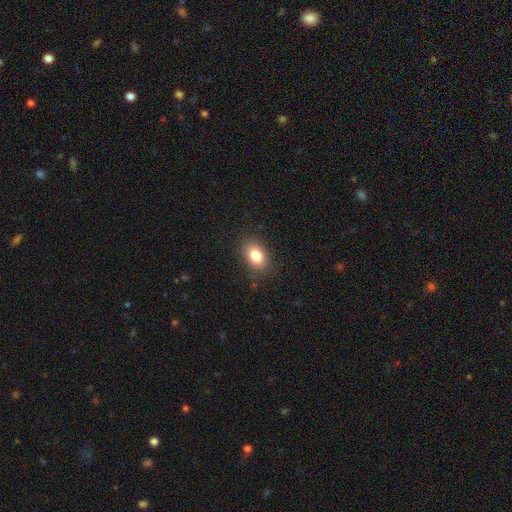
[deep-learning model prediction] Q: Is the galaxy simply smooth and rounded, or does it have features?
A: smooth — 83%.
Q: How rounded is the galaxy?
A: in between — 82%.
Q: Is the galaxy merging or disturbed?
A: none — 86%.